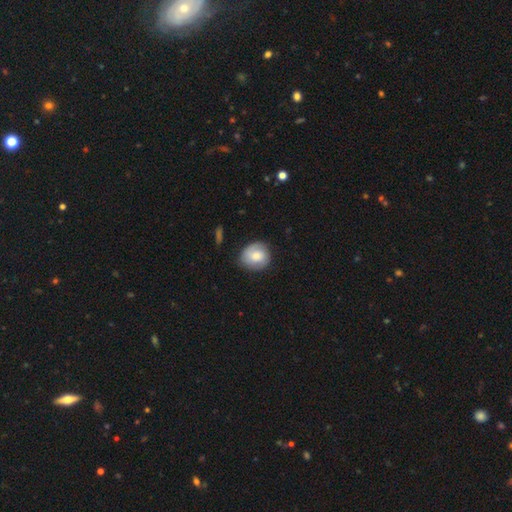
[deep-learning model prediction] A smooth galaxy with no disk features (62%) that is round (80%). Merging: none (75%).